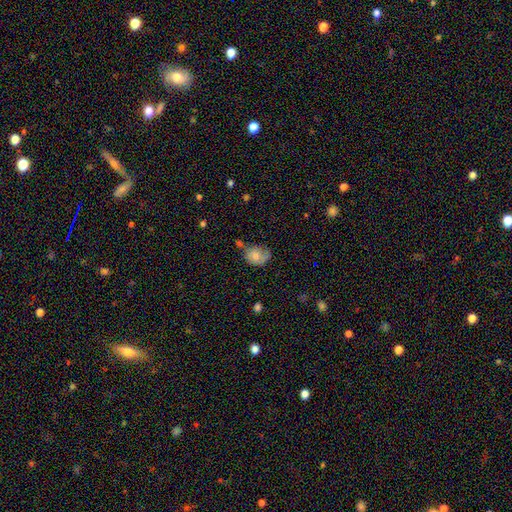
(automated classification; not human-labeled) smooth 70%, featured or disk 21%, star or artifact 9%. Down the decision tree: how rounded — in between (49%, tied with round); merging — none (41%).